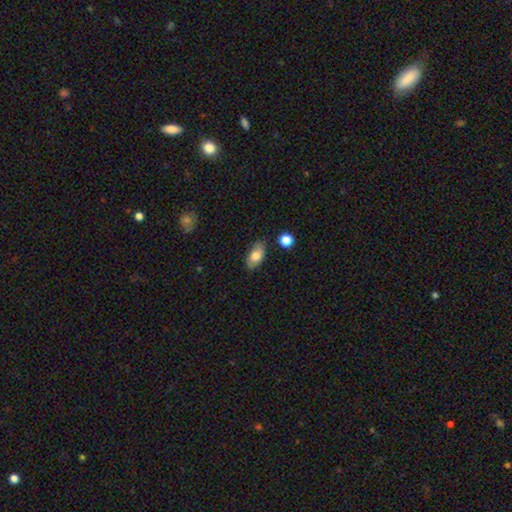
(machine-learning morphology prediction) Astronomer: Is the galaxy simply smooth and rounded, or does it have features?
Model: smooth — 75%.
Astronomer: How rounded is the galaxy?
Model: in between — 90%.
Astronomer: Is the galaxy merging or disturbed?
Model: none — 79%.